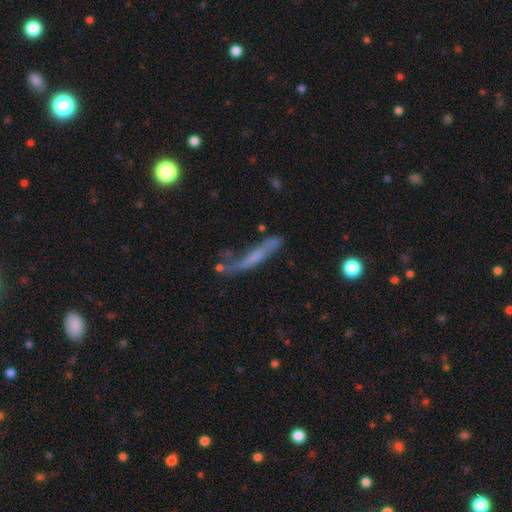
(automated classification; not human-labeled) smooth_or_featured: featured or disk (p=0.50) [alt: smooth p=0.39]
merging: none (p=0.43) [alt: minor disturbance p=0.25]